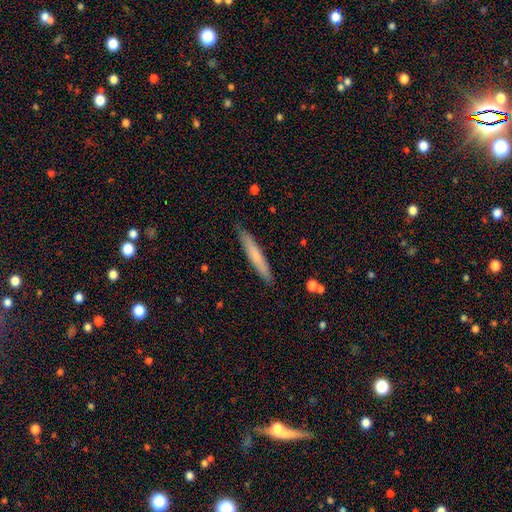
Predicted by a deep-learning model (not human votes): smooth-or-featured: smooth: 66% | featured or disk: 28% | star or artifact: 6%
  how-rounded: cigar-shaped: 94% | in between: 5% | round: 1%
  merging: none: 87% | minor disturbance: 10% | major disturbance: 2% | merger: 1%